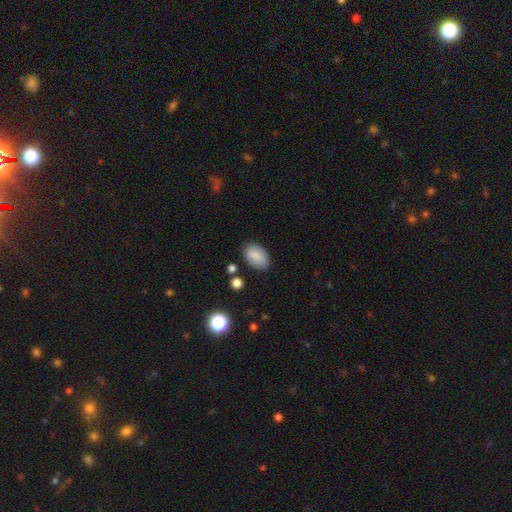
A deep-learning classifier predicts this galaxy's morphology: smooth 84%, featured or disk 9%, star or artifact 8%. Down the decision tree: how rounded — in between (91%); merging — none (79%).